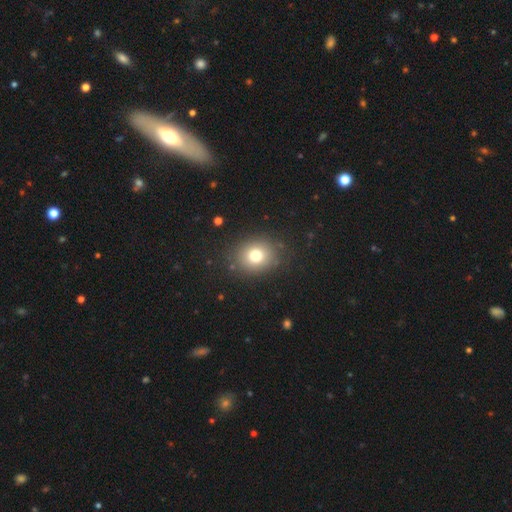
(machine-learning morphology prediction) Smooth or featured: smooth — 75% (star or artifact — 13%)
How rounded: round — 66% (in between — 33%)
Merging: none — 85% (minor disturbance — 9%)